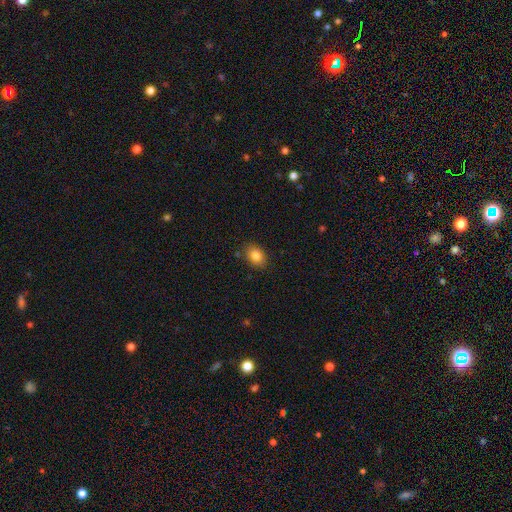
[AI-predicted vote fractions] Overall: smooth (85%). How rounded: in between (72%). Merging: none (84%).